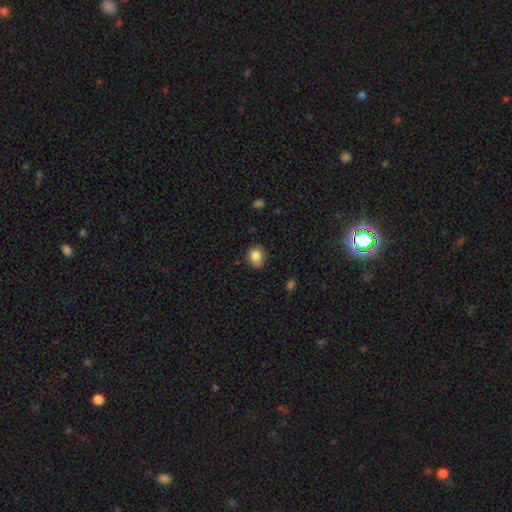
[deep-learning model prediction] Smooth or featured?
  - smooth: 84% *
  - star or artifact: 9%
  - featured or disk: 7%
How rounded?
  - round: 59% *
  - in between: 40%
  - cigar-shaped: 1%
Merging?
  - none: 68% *
  - minor disturbance: 25%
  - major disturbance: 5%
  - merger: 2%